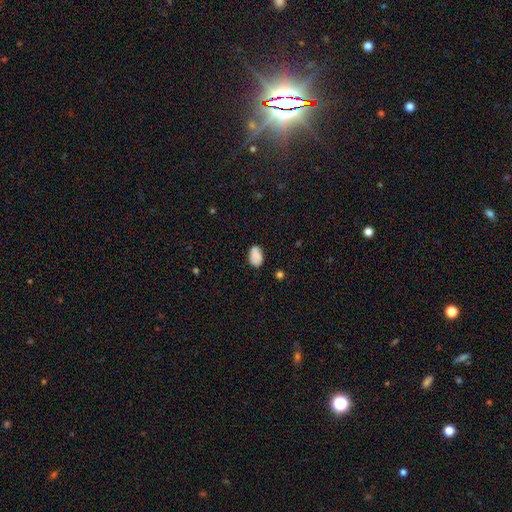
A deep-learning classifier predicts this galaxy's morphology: smooth_or_featured: smooth (p=0.85) [alt: star or artifact p=0.08]
how_rounded: in between (p=0.91) [alt: round p=0.08]
merging: none (p=0.73) [alt: minor disturbance p=0.20]